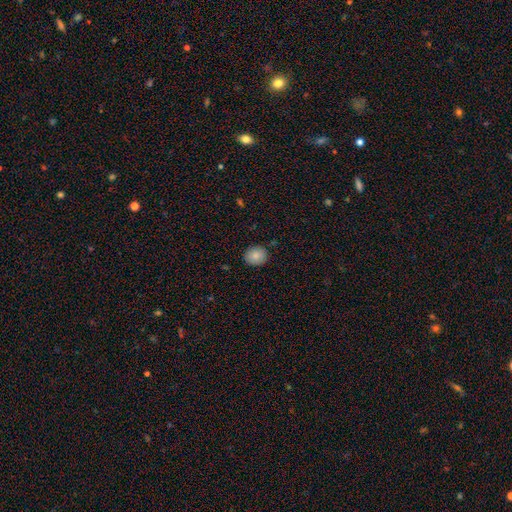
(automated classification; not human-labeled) The model was most divided on "how rounded": round: 71%, in between: 28%, cigar-shaped: 1%. More confident: merging — none (88%); smooth or featured — smooth (85%).